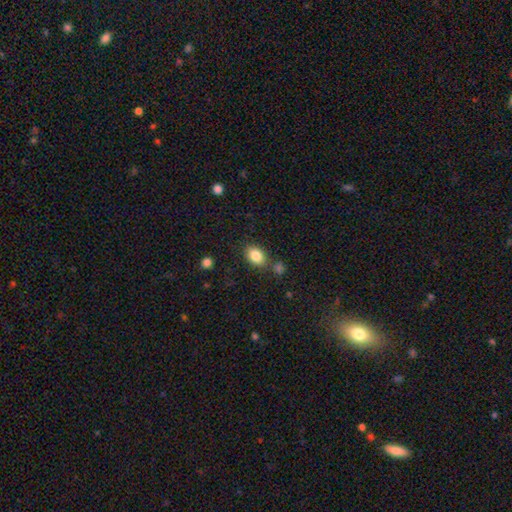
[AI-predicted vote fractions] Smooth or featured: smooth — 84% (star or artifact — 9%)
How rounded: in between — 77% (round — 21%)
Merging: none — 74% (minor disturbance — 13%)